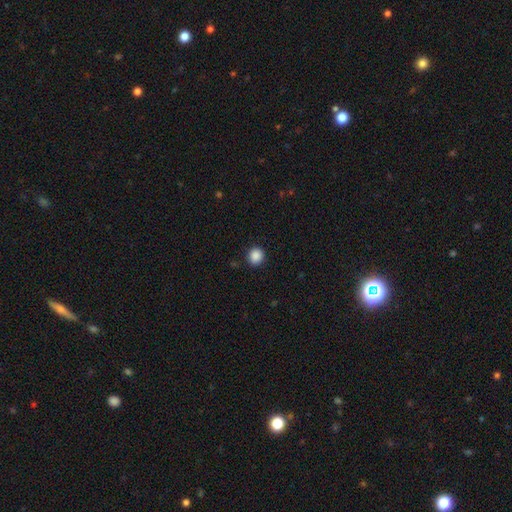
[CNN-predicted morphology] Smooth or featured? Predicted: smooth (p=0.88). How rounded? Predicted: round (p=0.87). Merging? Predicted: none (p=0.90).